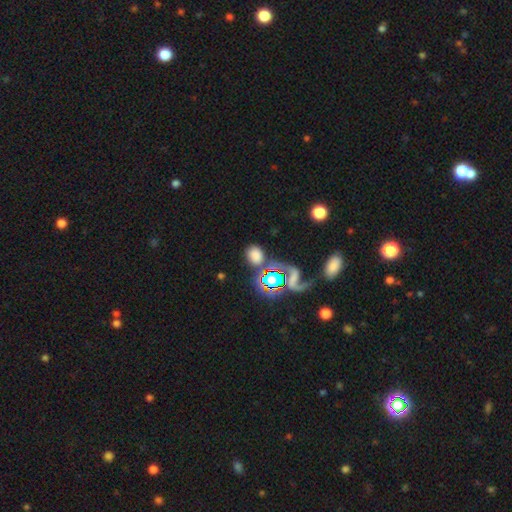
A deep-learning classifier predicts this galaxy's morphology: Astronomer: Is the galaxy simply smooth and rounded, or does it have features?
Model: smooth — 67%.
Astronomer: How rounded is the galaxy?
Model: round — 61% (runner-up: in between, 37%).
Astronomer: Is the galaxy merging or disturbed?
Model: none — 60%.